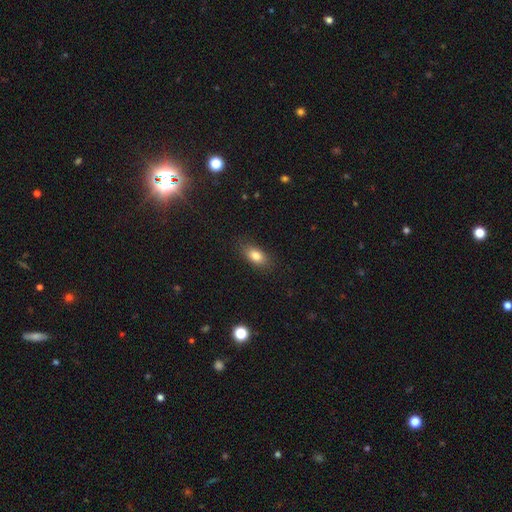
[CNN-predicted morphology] smooth 81%, featured or disk 10%, star or artifact 9%. Down the decision tree: how rounded — in between (86%); merging — none (84%).